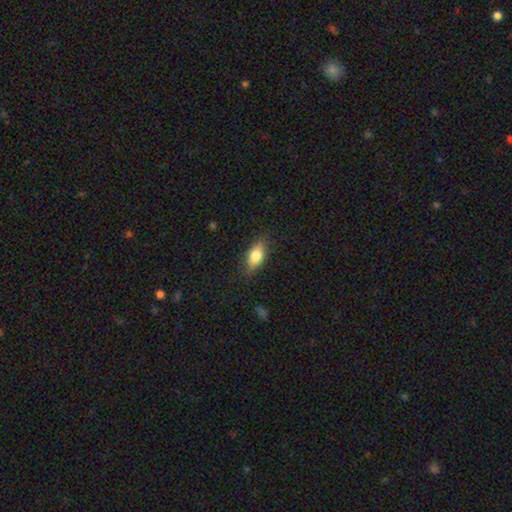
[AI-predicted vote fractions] A smooth galaxy with no disk features (76%) that is in between round and cigar-shaped (83%).

Vote fractions:
- Smooth or featured? smooth: 76% / featured or disk: 16% / star or artifact: 7%
- How rounded? in between: 83% / cigar-shaped: 11% / round: 6%
- Merging? none: 82% / minor disturbance: 14% / major disturbance: 3% / merger: 1%